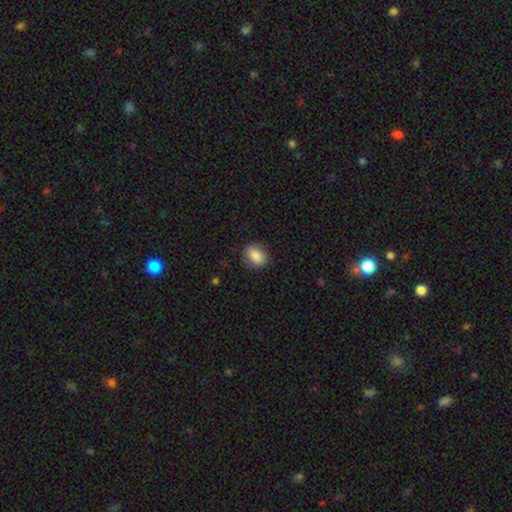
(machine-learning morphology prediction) Smooth or featured? Predicted: smooth (p=0.83). How rounded? Predicted: in between (p=0.56). Merging? Predicted: none (p=0.85).